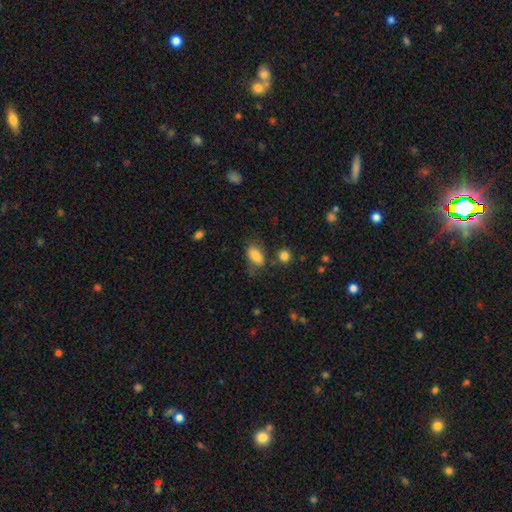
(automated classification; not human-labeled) smooth-or-featured: smooth: 82% | featured or disk: 10% | star or artifact: 8%
  how-rounded: in between: 90% | round: 6% | cigar-shaped: 5%
  merging: none: 64% | minor disturbance: 21% | major disturbance: 8% | merger: 6%